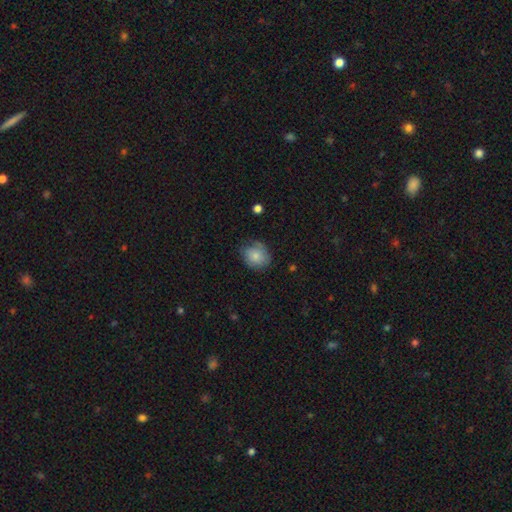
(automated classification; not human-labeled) smooth 77%, featured or disk 15%, star or artifact 8%. Down the decision tree: how rounded — round (66%); merging — none (63%).